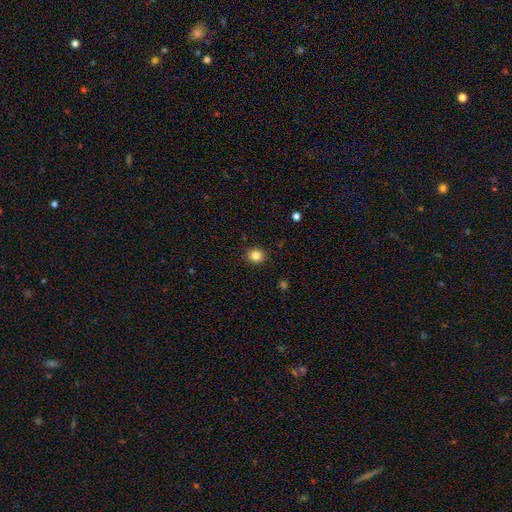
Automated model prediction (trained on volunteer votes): A smooth galaxy with no disk features (84%) that is round (85%). Merging: none (90%).